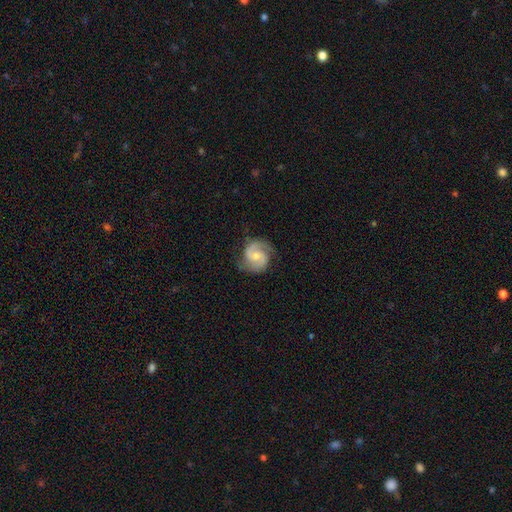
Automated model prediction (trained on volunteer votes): Q: Smooth or featured?
A: featured or disk (86%); runner-up: smooth (9%)
Q: Edge-on disk?
A: no (98%); runner-up: yes (2%)
Q: Bar?
A: no (48%); runner-up: weak (43%)
Q: Spiral arms?
A: yes (97%); runner-up: no (3%)
Q: Spiral winding?
A: medium (55%); runner-up: tight (28%)
Q: Spiral arm count?
A: 2 (92%); runner-up: can't tell (3%)
Q: Bulge size?
A: small (48%); runner-up: moderate (45%)
Q: Merging?
A: none (79%); runner-up: minor disturbance (15%)